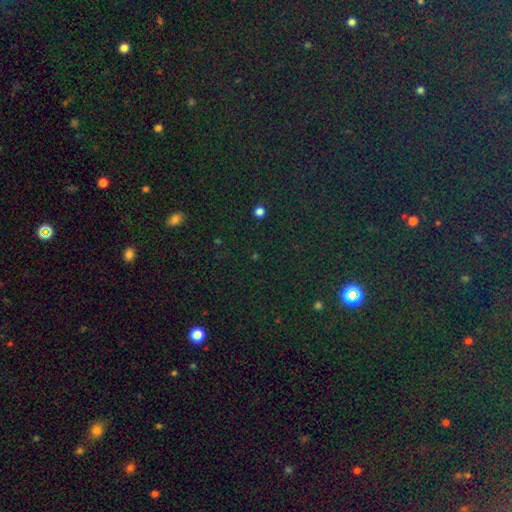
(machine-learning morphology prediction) Smooth or featured: star or artifact — 82% (smooth — 11%)